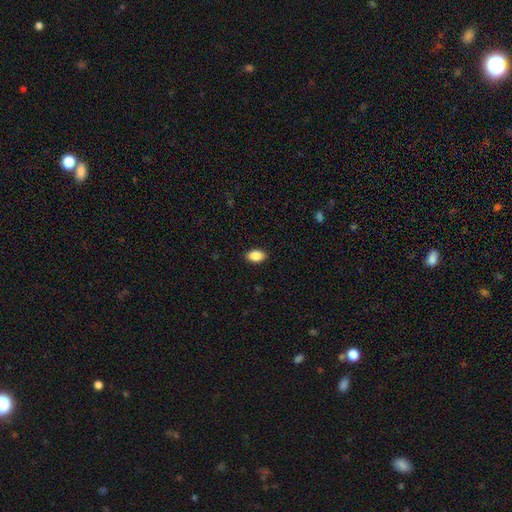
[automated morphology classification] This is clearly a smooth galaxy (89%). How rounded: clearly in between (90%). Merging: clearly none (89%).